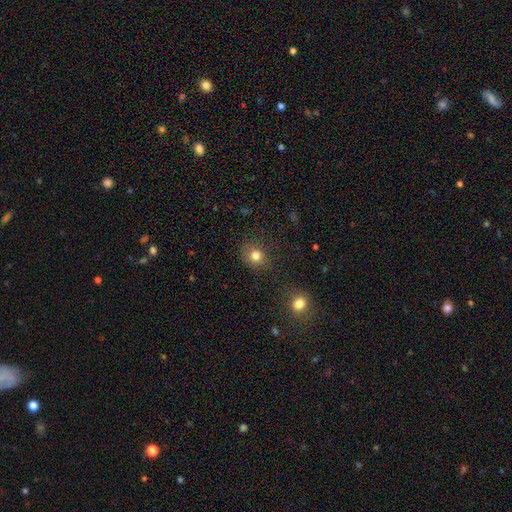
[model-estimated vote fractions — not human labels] Overall: smooth (79%). How rounded: round (77%). Merging: none (81%).